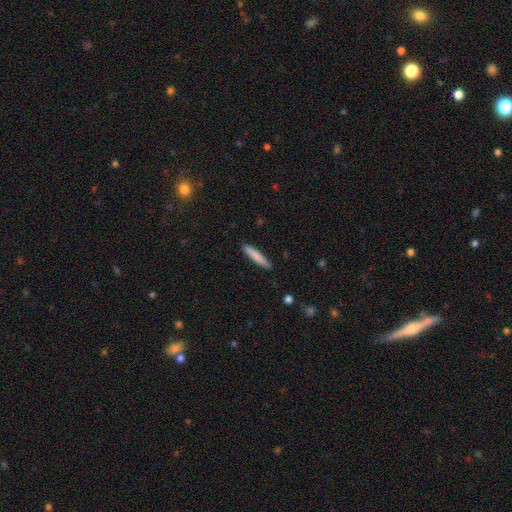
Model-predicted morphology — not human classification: smooth_or_featured: smooth (p=0.79) [alt: featured or disk p=0.16]
how_rounded: cigar-shaped (p=0.92) [alt: in between p=0.06]
merging: none (p=0.89) [alt: minor disturbance p=0.08]